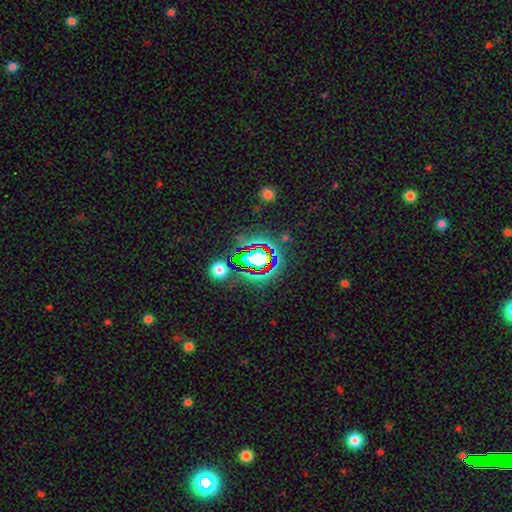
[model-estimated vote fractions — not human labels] The model was most divided on "smooth or featured": star or artifact: 65%, smooth: 21%, featured or disk: 14%.